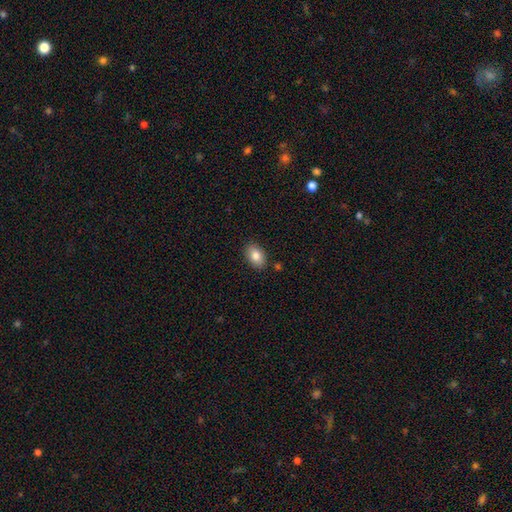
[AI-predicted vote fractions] smooth_or_featured: smooth (p=0.84) [alt: featured or disk p=0.08]
how_rounded: in between (p=0.88) [alt: round p=0.11]
merging: none (p=0.86) [alt: minor disturbance p=0.10]